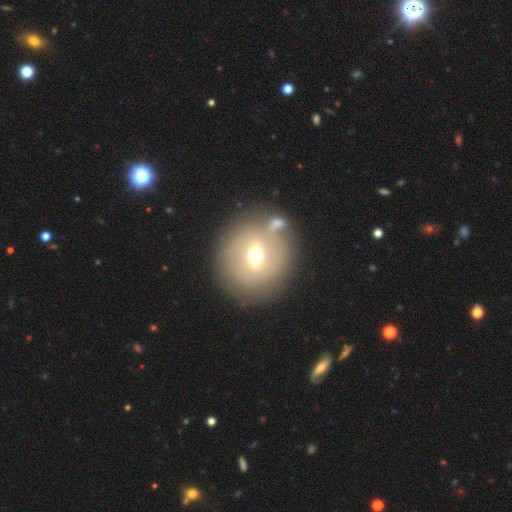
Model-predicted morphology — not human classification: A smooth galaxy with no disk features (47%). Merging: none (69%).